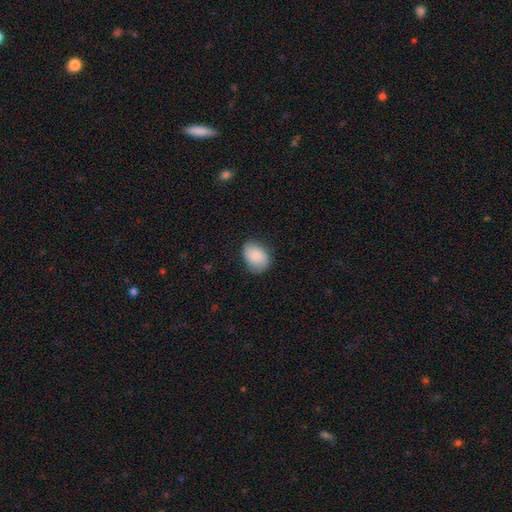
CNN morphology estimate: This is clearly a smooth galaxy (84%). How rounded: likely in between (73%). Merging: likely none (75%).